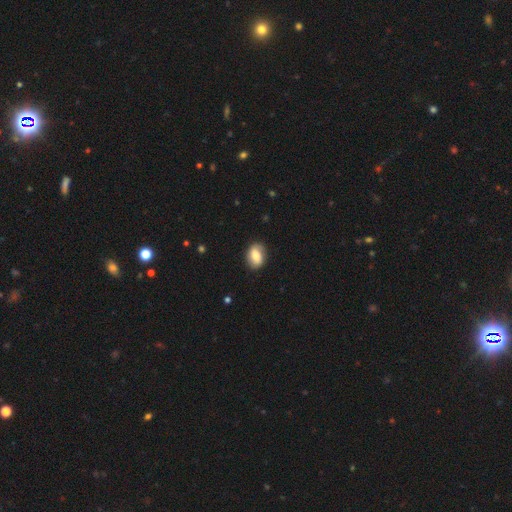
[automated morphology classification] smooth 68%, featured or disk 24%, star or artifact 7%. Down the decision tree: how rounded — in between (78%); merging — none (82%).